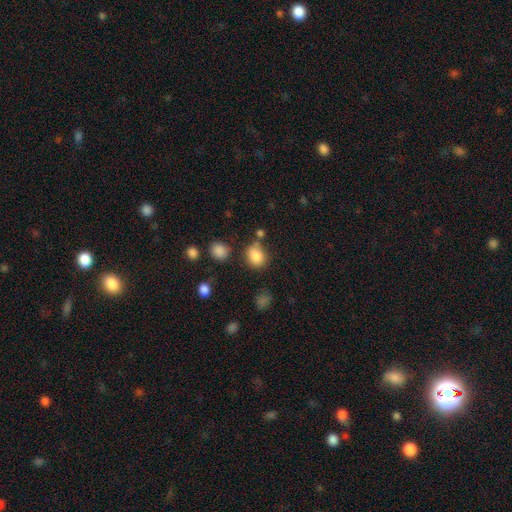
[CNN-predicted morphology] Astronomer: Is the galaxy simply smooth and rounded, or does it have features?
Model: smooth — 84%.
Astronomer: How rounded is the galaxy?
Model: round — 51% (runner-up: in between, 47%).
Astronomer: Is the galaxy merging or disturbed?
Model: none — 67%.